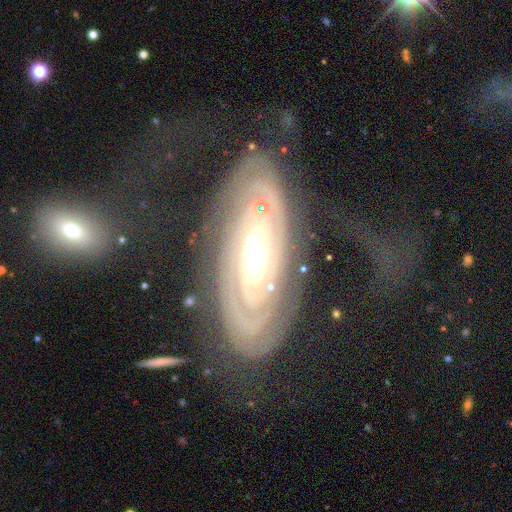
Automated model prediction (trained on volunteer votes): Smooth or featured? Predicted: featured or disk (p=0.87). Edge-on disk? Predicted: no (p=0.91). Bar? Predicted: no (p=0.59). Spiral arms? Predicted: yes (p=0.93). Spiral winding? Predicted: tight (p=0.76). Spiral arm count? Predicted: can't tell (p=0.38). Bulge size? Predicted: moderate (p=0.62). Merging? Predicted: none (p=0.50).